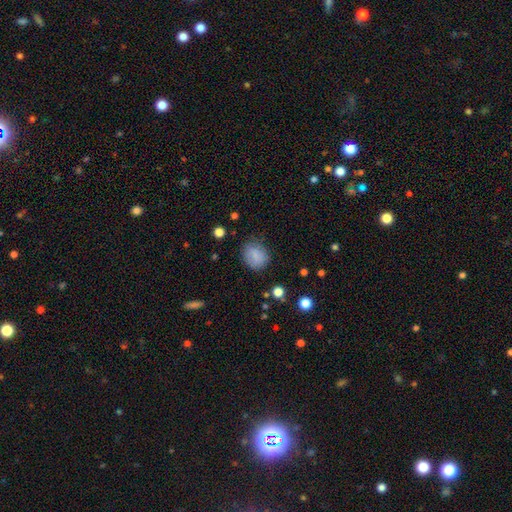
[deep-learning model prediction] Smooth or featured?
  - smooth: 83% *
  - star or artifact: 9%
  - featured or disk: 8%
How rounded?
  - round: 57% *
  - in between: 42%
  - cigar-shaped: 1%
Merging?
  - none: 75% *
  - minor disturbance: 19%
  - major disturbance: 5%
  - merger: 2%